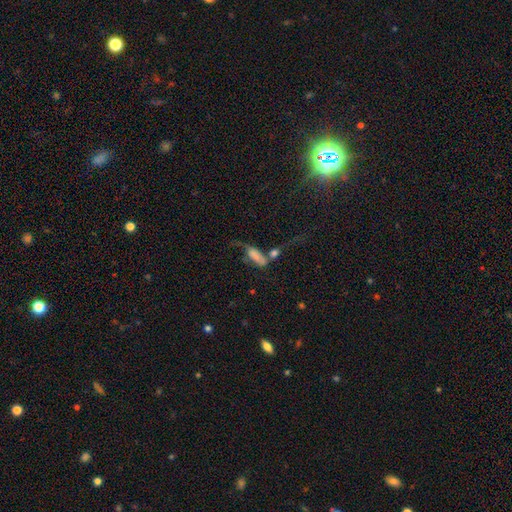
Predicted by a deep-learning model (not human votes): This appears to be a smooth galaxy with no disk features (60%) that is in between round and cigar-shaped (73%). Merging: merger (47%).